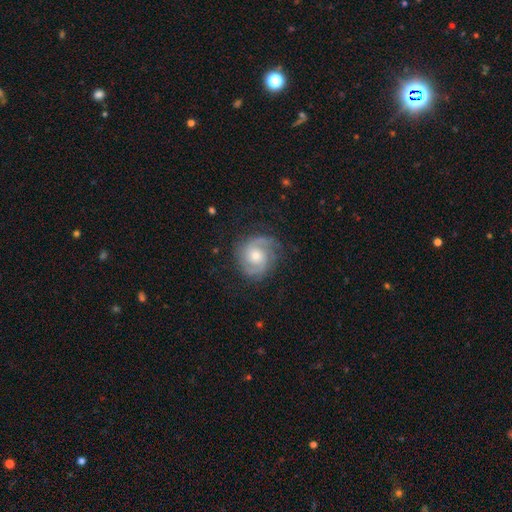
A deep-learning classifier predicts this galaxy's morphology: Smooth or featured?
  - featured or disk: 83% *
  - smooth: 11%
  - star or artifact: 6%
Edge-on disk?
  - no: 98% *
  - yes: 2%
Bar?
  - no: 69% *
  - weak: 26%
  - strong: 4%
Spiral arms?
  - yes: 96% *
  - no: 4%
Spiral winding?
  - tight: 47% *
  - medium: 42%
  - loose: 11%
Spiral arm count?
  - 2: 66% *
  - 3: 14%
  - can't tell: 11%
  - 1: 4%
  - 4: 3%
  - more than 4: 3%
Bulge size?
  - moderate: 56% *
  - small: 38%
  - large: 4%
  - none: 1%
  - dominant: 1%
Merging?
  - none: 76% *
  - minor disturbance: 16%
  - major disturbance: 7%
  - merger: 1%